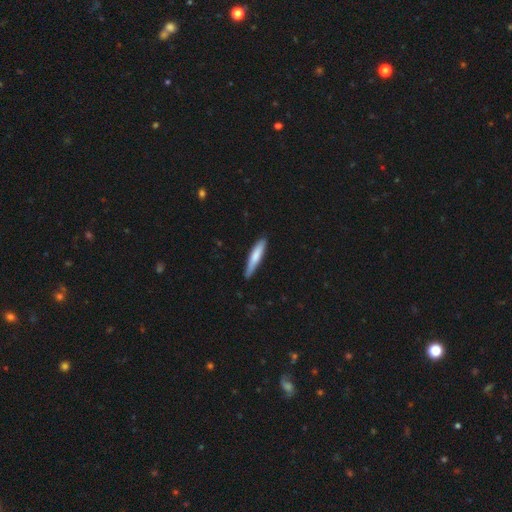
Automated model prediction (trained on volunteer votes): A smooth galaxy with no disk features (74%) that is cigar-shaped (89%). Merging: none (82%).